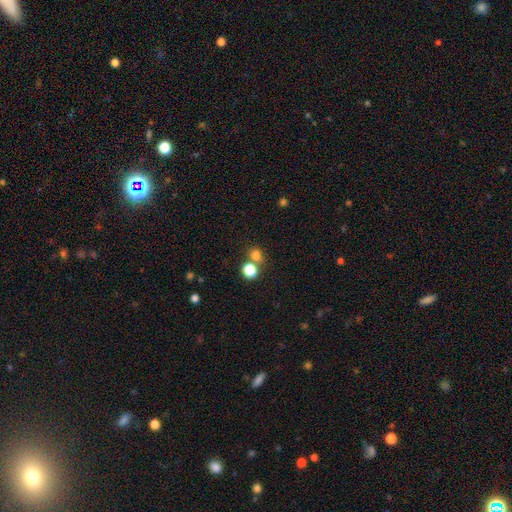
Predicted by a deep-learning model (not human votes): This appears to be a smooth galaxy with no disk features (76%) that is round (70%). Merging: none (56%).